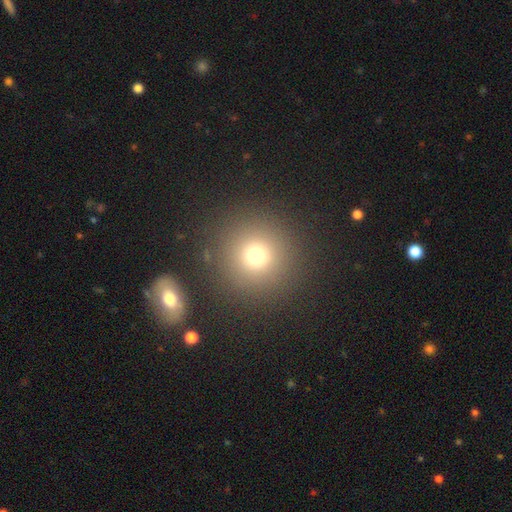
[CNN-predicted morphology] A smooth galaxy with no disk features (73%) that is round (95%). Merging: none (86%).